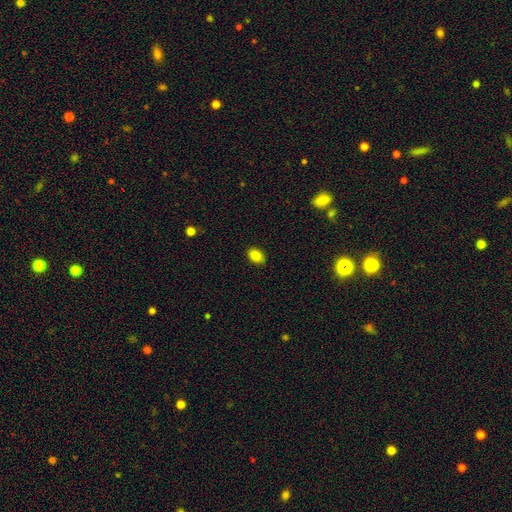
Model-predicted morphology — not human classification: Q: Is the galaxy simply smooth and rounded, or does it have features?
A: smooth — 87%.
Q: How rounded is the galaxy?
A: in between — 84%.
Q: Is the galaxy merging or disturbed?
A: none — 87%.